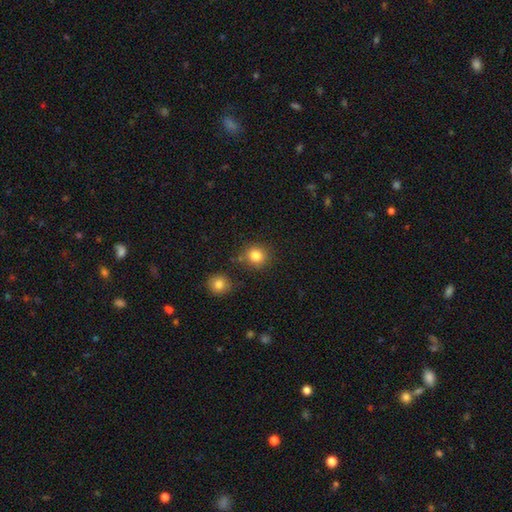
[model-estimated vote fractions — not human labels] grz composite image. It shows a smooth galaxy with no disk features (83%) that is round (90%). Merging: none (82%).